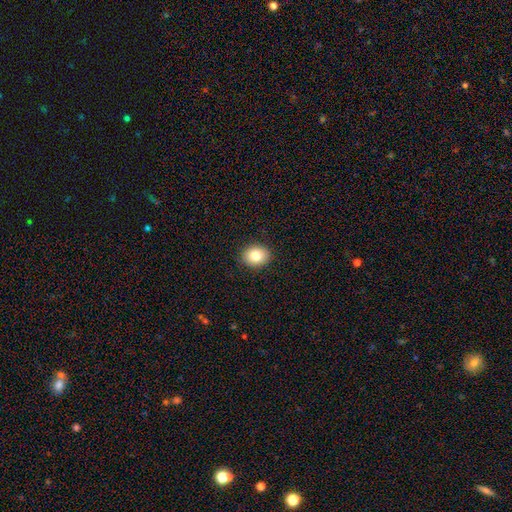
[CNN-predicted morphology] type=smooth (82%); roundness=round (58%); merging=none (91%).